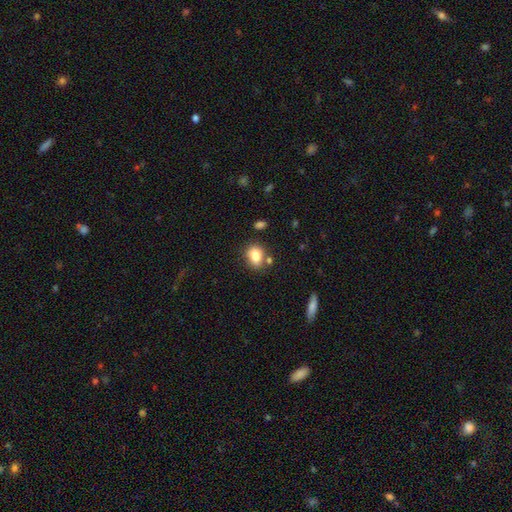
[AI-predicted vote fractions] Q: Smooth or featured?
A: smooth (82%); runner-up: star or artifact (9%)
Q: How rounded?
A: in between (61%); runner-up: round (37%)
Q: Merging?
A: none (70%); runner-up: minor disturbance (15%)